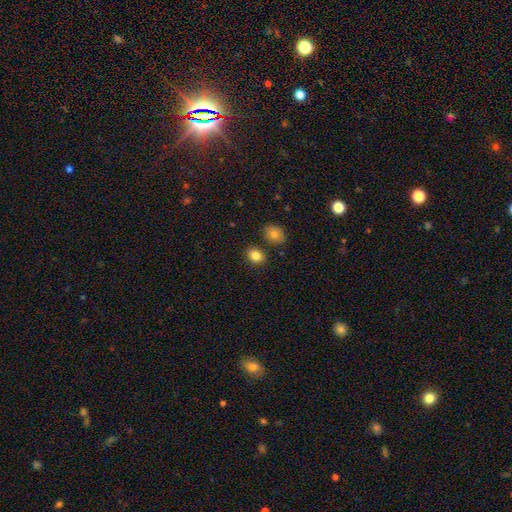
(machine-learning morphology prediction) Smooth or featured?
  - smooth: 84% *
  - star or artifact: 10%
  - featured or disk: 7%
How rounded?
  - in between: 58% *
  - round: 41%
  - cigar-shaped: 1%
Merging?
  - none: 80% *
  - minor disturbance: 10%
  - merger: 8%
  - major disturbance: 3%